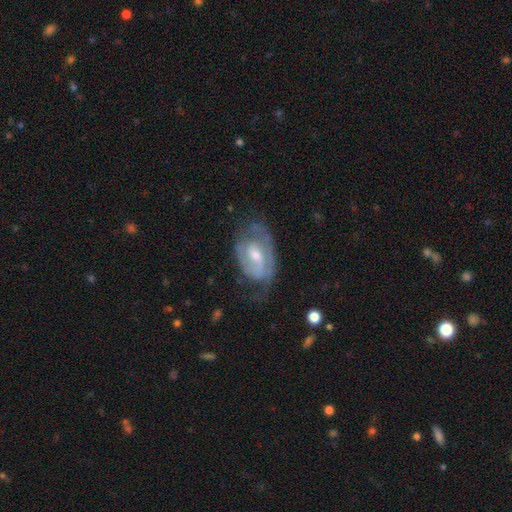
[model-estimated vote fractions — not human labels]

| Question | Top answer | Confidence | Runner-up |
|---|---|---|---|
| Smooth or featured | featured or disk | 78% | smooth (16%) |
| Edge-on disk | no | 95% | yes (5%) |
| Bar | weak | 51% | no (32%) |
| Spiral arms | yes | 86% | no (14%) |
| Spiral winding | tight | 46% | medium (40%) |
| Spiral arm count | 2 | 55% | can't tell (25%) |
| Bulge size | moderate | 50% | small (43%) |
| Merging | none | 54% | minor disturbance (26%) |